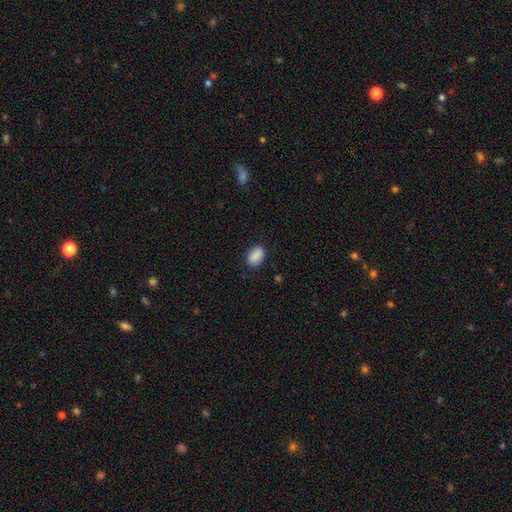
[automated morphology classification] A smooth galaxy with no disk features (88%) that is in between round and cigar-shaped (86%).

Vote fractions:
- Smooth or featured? smooth: 88% / star or artifact: 7% / featured or disk: 4%
- How rounded? in between: 86% / round: 11% / cigar-shaped: 2%
- Merging? none: 84% / minor disturbance: 12% / major disturbance: 3% / merger: 1%